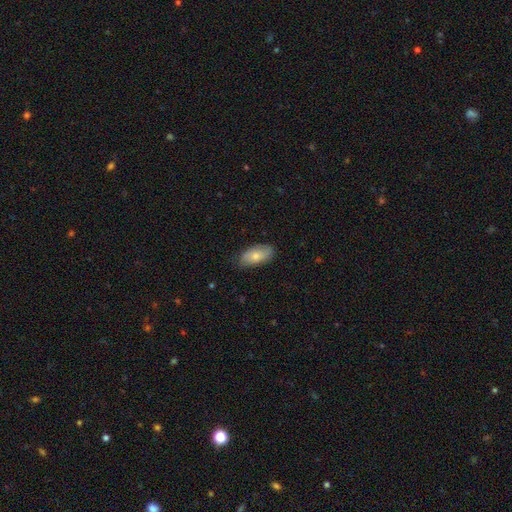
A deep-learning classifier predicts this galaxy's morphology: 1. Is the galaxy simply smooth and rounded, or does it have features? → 76% smooth, 18% featured or disk, 6% star or artifact.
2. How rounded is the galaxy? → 93% in between, 5% cigar-shaped, 3% round.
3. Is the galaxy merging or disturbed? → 80% none, 16% minor disturbance, 3% major disturbance, 1% merger.